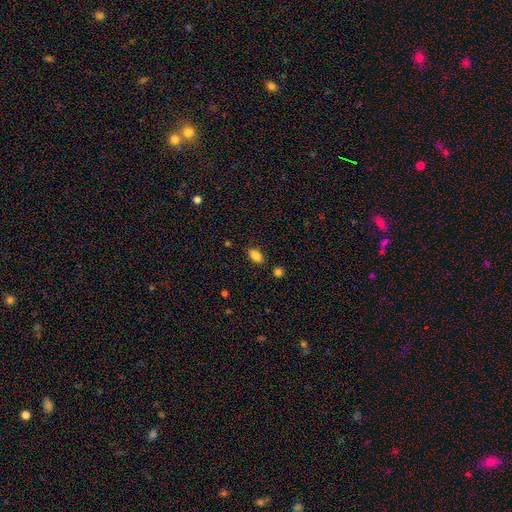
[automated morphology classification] This is clearly a smooth galaxy (86%). How rounded: clearly in between (90%). Merging: clearly none (85%).